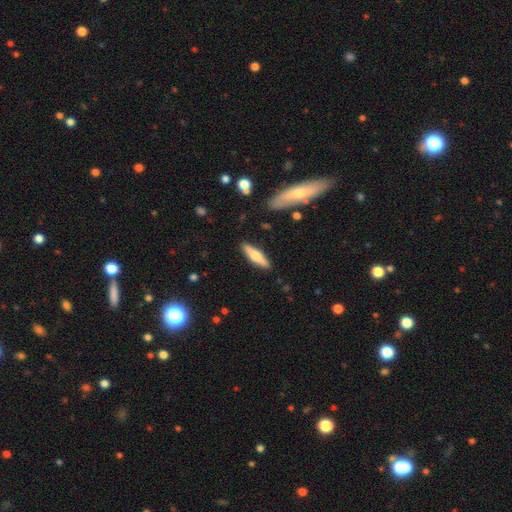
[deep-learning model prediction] smooth-or-featured: smooth: 48% | featured or disk: 46% | star or artifact: 6%
  merging: none: 89% | minor disturbance: 8% | major disturbance: 2% | merger: 2%